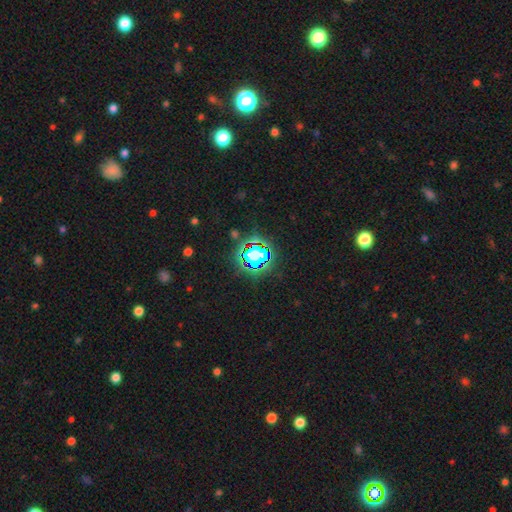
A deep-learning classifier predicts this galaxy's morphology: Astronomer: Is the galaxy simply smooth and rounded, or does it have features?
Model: star or artifact — 80%.